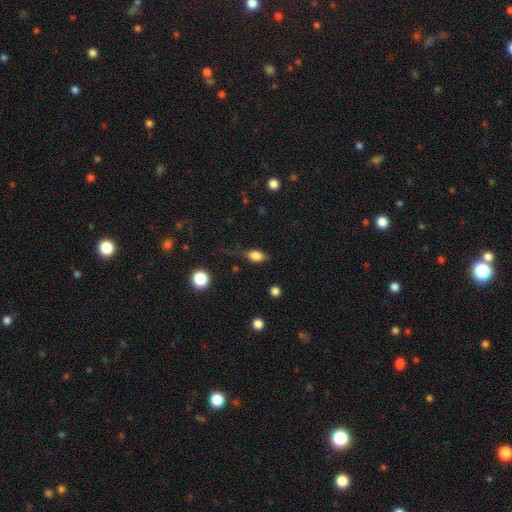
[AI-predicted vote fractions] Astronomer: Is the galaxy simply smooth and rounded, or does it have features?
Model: smooth — 78%.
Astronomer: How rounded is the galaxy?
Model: in between — 81%.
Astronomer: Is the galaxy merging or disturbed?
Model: none — 61%.